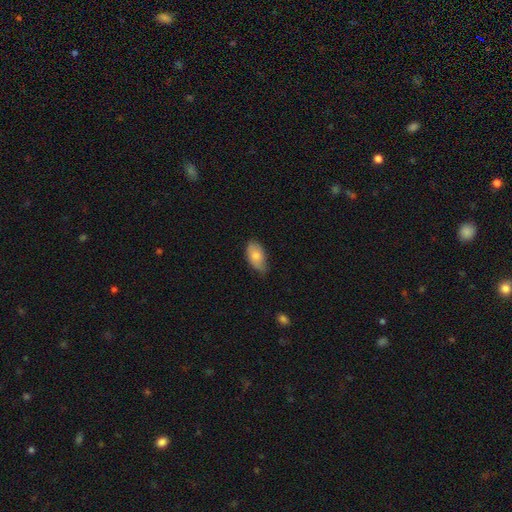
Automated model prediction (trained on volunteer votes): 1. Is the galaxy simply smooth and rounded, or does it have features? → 80% smooth, 14% featured or disk, 6% star or artifact.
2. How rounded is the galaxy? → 93% in between, 4% round, 3% cigar-shaped.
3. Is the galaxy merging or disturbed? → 64% none, 30% minor disturbance, 4% major disturbance, 1% merger.